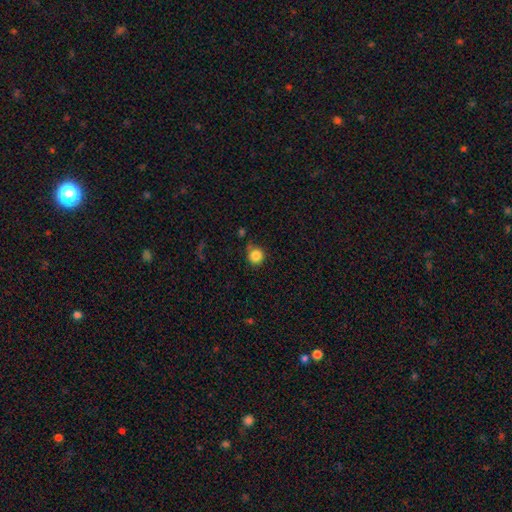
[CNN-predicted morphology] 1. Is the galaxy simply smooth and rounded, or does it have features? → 85% smooth, 11% star or artifact, 4% featured or disk.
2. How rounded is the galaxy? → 92% round, 7% in between, 1% cigar-shaped.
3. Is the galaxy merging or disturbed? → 73% none, 17% minor disturbance, 5% merger, 5% major disturbance.